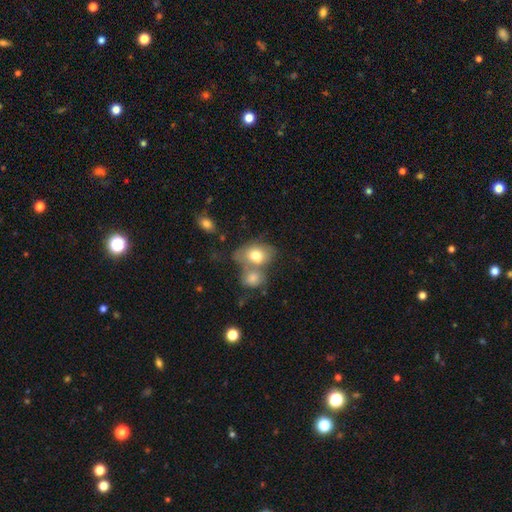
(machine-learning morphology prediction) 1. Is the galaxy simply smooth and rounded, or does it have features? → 72% smooth, 20% featured or disk, 8% star or artifact.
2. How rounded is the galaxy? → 75% in between, 23% round, 1% cigar-shaped.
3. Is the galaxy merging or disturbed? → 51% merger, 30% none, 12% minor disturbance, 6% major disturbance.